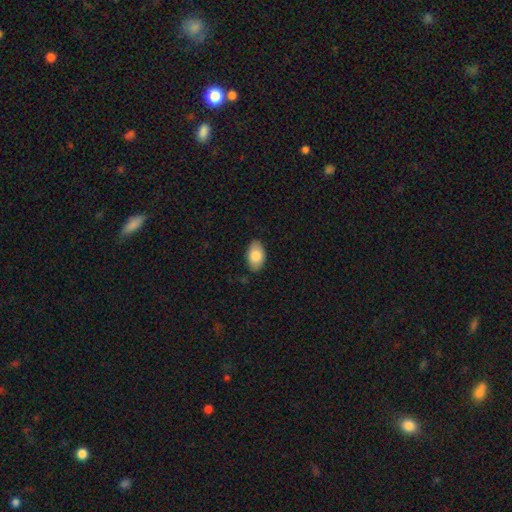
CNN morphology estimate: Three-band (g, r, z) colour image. It shows a smooth galaxy with no disk features (82%) that is in between round and cigar-shaped (93%). Merging: none (85%).